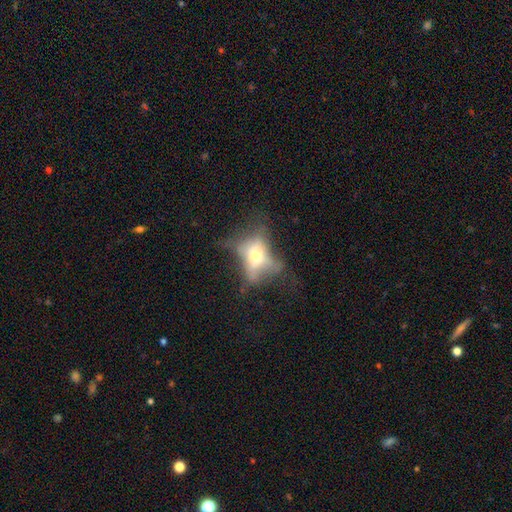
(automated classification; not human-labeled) Smooth or featured: featured or disk — 50% (smooth — 36%)
Edge-on disk: no — 69% (yes — 31%)
Merging: major disturbance — 41% (none — 34%)